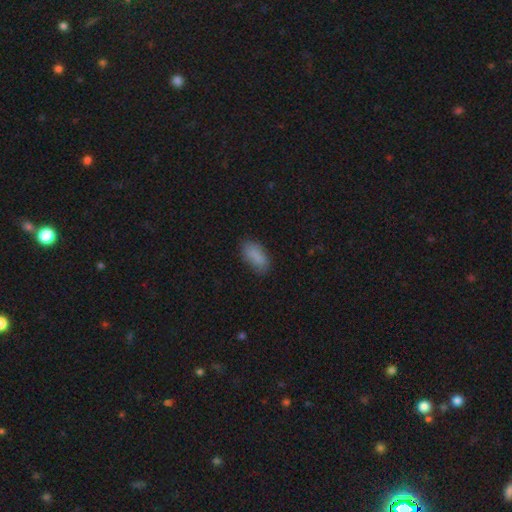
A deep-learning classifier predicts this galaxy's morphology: This appears to be a smooth galaxy with no disk features (86%) that is in between round and cigar-shaped (88%). Merging: none (77%).